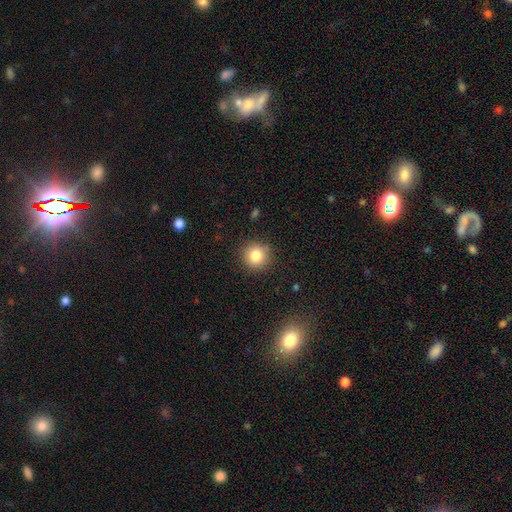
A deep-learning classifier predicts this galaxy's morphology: Smooth or featured? smooth (82%)
How rounded? round (93%)
Merging? none (89%)